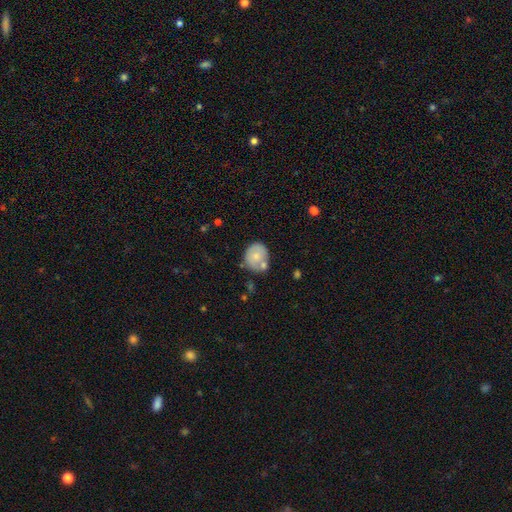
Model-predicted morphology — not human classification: Smooth or featured? Predicted: smooth (p=0.69). How rounded? Predicted: round (p=0.71). Merging? Predicted: none (p=0.54).